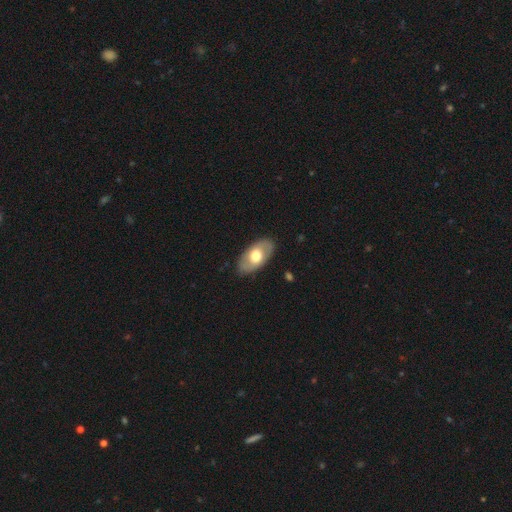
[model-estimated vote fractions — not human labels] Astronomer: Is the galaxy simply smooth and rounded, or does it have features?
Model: smooth — 54% (runner-up: featured or disk, 41%).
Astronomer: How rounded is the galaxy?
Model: in between — 93%.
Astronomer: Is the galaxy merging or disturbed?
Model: none — 85%.